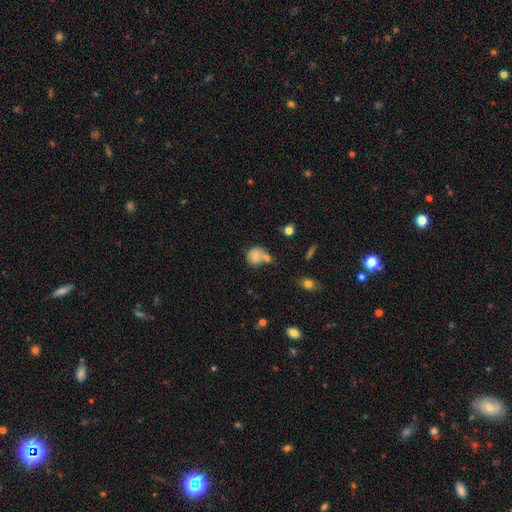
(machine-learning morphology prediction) Smooth or featured? Predicted: smooth (p=0.70). How rounded? Predicted: round (p=0.72). Merging? Predicted: merger (p=0.38).